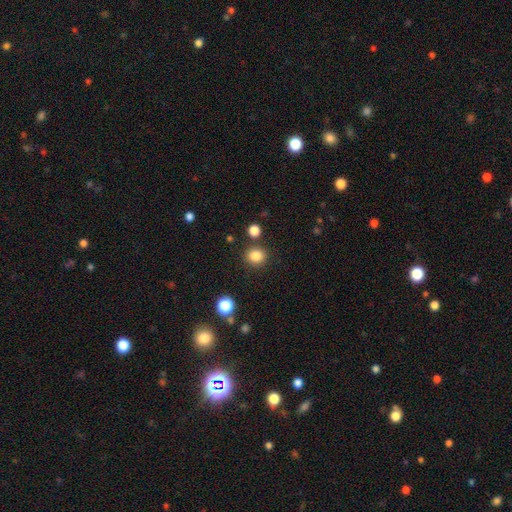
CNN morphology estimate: smooth-or-featured: smooth: 84% | star or artifact: 12% | featured or disk: 4%
  how-rounded: round: 83% | in between: 16% | cigar-shaped: 1%
  merging: none: 85% | minor disturbance: 7% | merger: 4% | major disturbance: 3%